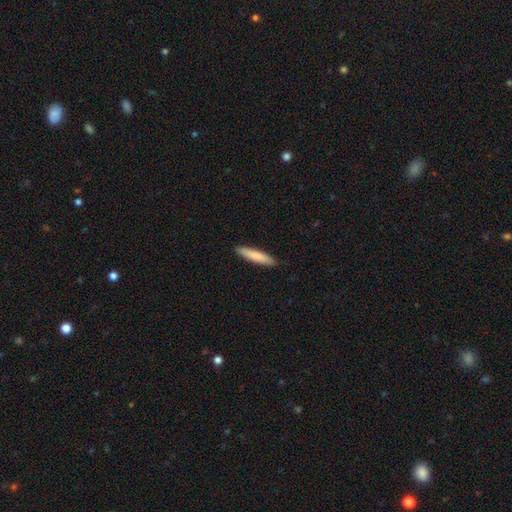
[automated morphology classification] smooth 83%, featured or disk 12%, star or artifact 5%. Down the decision tree: how rounded — cigar-shaped (88%); merging — none (91%).